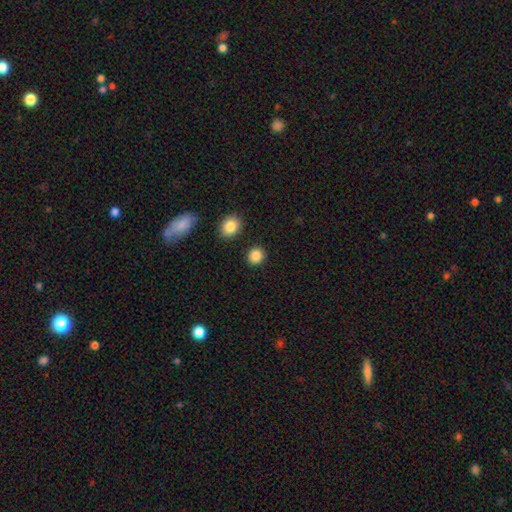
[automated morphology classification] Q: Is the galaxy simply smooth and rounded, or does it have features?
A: smooth — 87%.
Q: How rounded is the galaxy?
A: round — 85%.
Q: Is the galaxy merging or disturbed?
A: none — 89%.